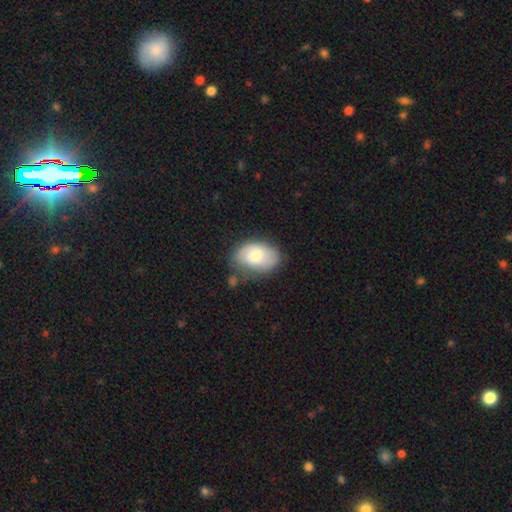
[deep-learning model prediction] Smooth or featured? smooth (65%)
How rounded? in between (88%)
Merging? none (64%)